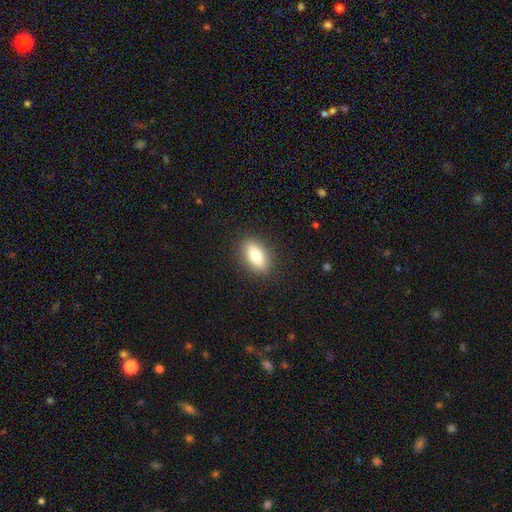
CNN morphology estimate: Overall: smooth (78%). How rounded: in between (82%). Merging: none (88%).